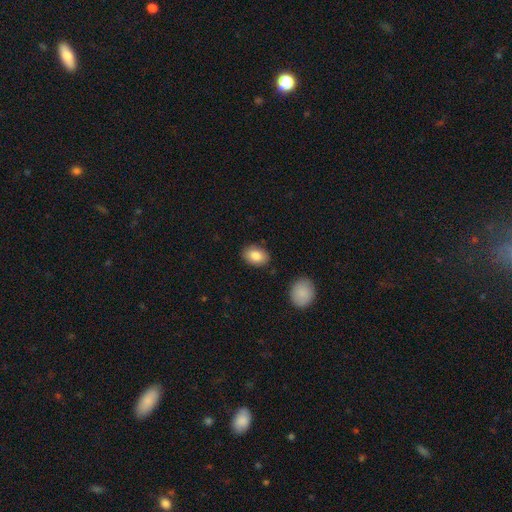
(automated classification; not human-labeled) Smooth or featured?
  - smooth: 85% *
  - featured or disk: 8%
  - star or artifact: 7%
How rounded?
  - in between: 81% *
  - round: 18%
  - cigar-shaped: 1%
Merging?
  - none: 86% *
  - minor disturbance: 9%
  - major disturbance: 2%
  - merger: 2%